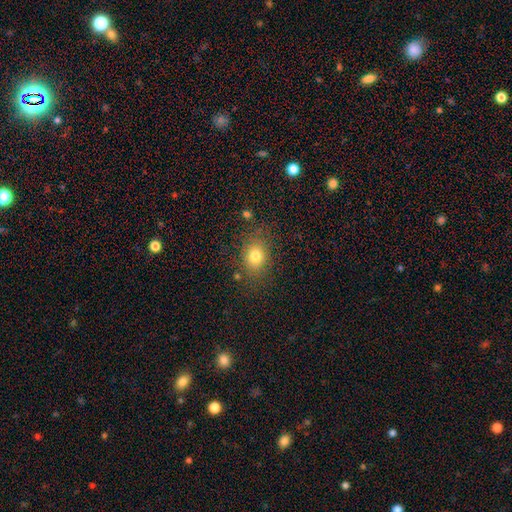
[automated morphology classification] smooth 77%, star or artifact 13%, featured or disk 10%. Down the decision tree: how rounded — in between (50%); merging — none (79%).